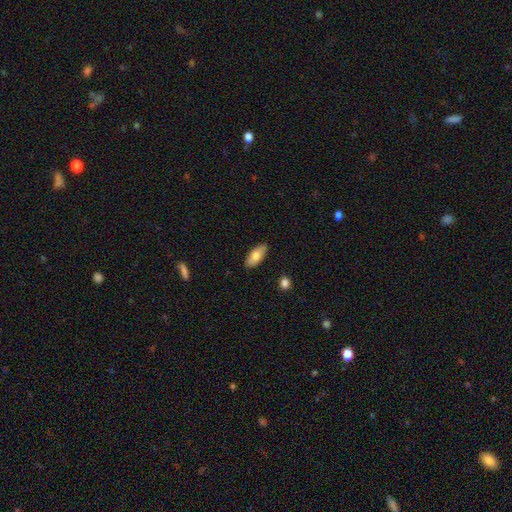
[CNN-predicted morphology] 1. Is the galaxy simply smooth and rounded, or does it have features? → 76% smooth, 18% featured or disk, 6% star or artifact.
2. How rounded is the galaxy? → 82% in between, 15% cigar-shaped, 2% round.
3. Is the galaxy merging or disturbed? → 87% none, 10% minor disturbance, 2% major disturbance, 1% merger.